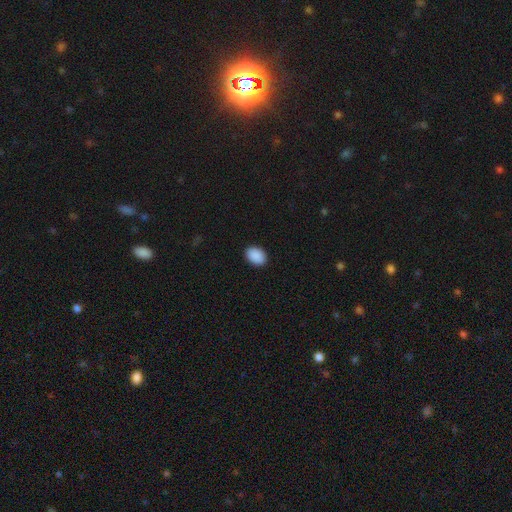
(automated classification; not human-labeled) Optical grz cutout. It shows a smooth galaxy with no disk features (91%) that is in between round and cigar-shaped (76%). Merging: none (91%).